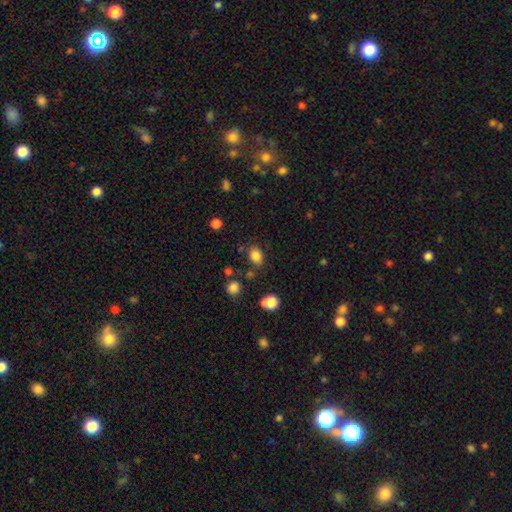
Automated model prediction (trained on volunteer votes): A smooth galaxy with no disk features (83%) that is in between round and cigar-shaped (65%).

Vote fractions:
- Smooth or featured? smooth: 83% / star or artifact: 12% / featured or disk: 5%
- How rounded? in between: 65% / round: 34% / cigar-shaped: 1%
- Merging? none: 76% / minor disturbance: 14% / merger: 6% / major disturbance: 4%